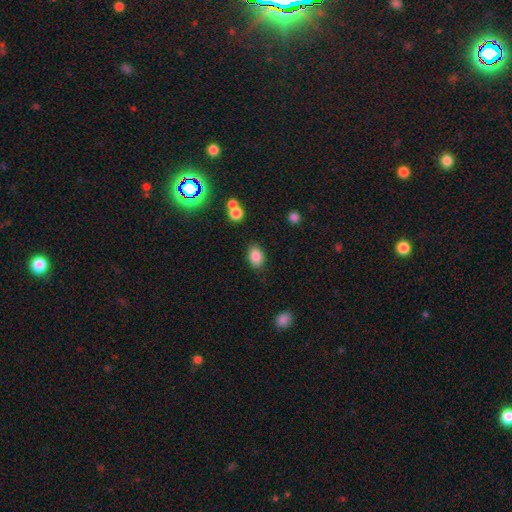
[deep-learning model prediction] Morphology: type=smooth (85%); roundness=in between (83%); merging=none (82%).